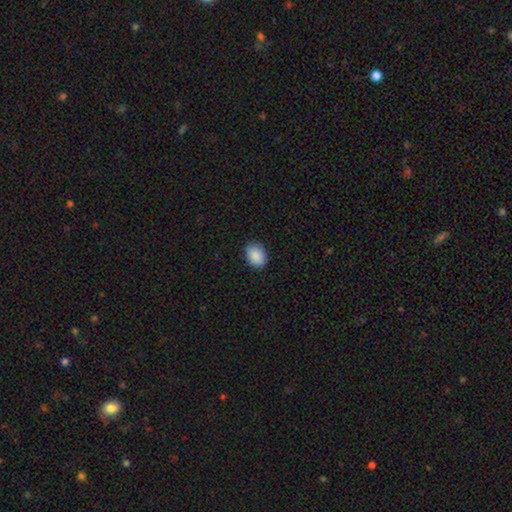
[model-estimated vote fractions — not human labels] smooth_or_featured: smooth (p=0.89) [alt: star or artifact p=0.07]
how_rounded: in between (p=0.62) [alt: round p=0.37]
merging: none (p=0.87) [alt: minor disturbance p=0.10]